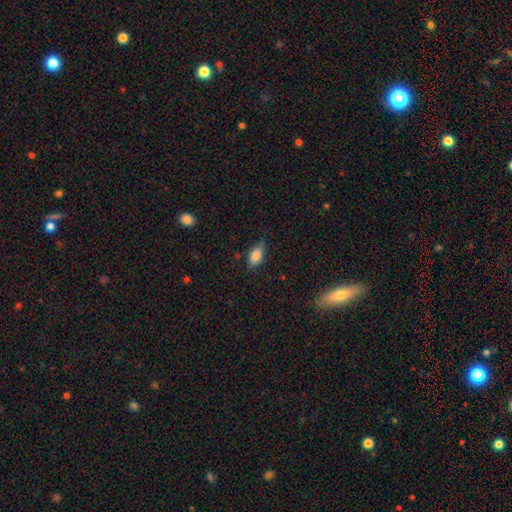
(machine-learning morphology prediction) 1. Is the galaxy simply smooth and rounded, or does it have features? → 82% smooth, 9% featured or disk, 8% star or artifact.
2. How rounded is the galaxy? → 88% in between, 6% cigar-shaped, 5% round.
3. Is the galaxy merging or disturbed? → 67% none, 26% minor disturbance, 5% major disturbance, 2% merger.